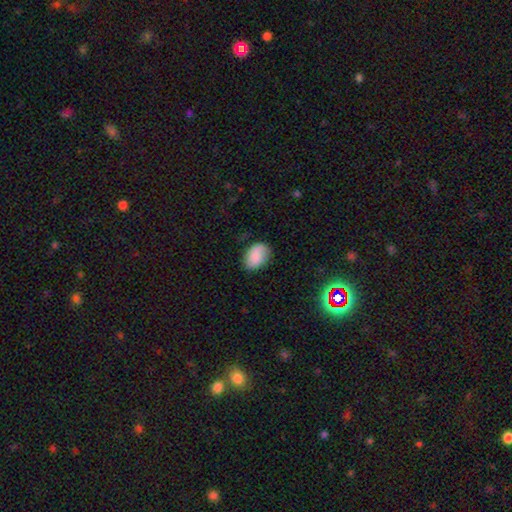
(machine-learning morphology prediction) This is likely a smooth galaxy (75%). How rounded: clearly in between (81%). Merging: likely none (74%).